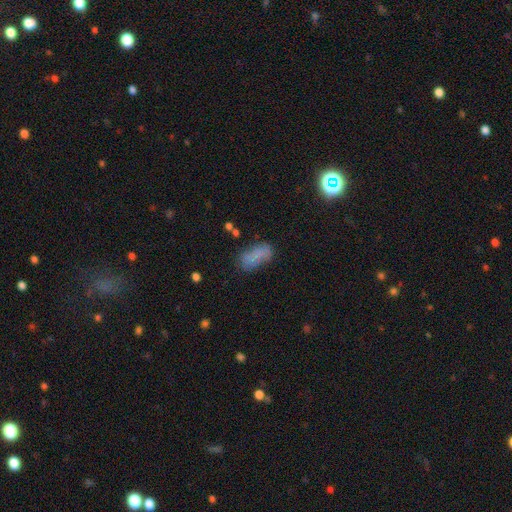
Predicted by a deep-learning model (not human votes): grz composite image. It shows a smooth galaxy with no disk features (71%) that is in between round and cigar-shaped (84%). Merging: none (57%).